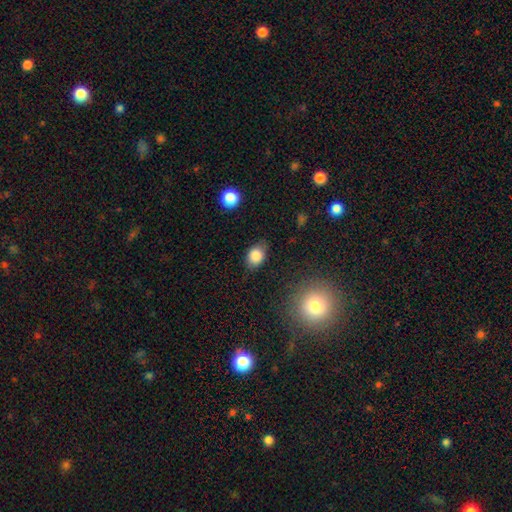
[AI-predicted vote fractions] Morphology: type=smooth (84%); roundness=in between (68%); merging=none (75%).